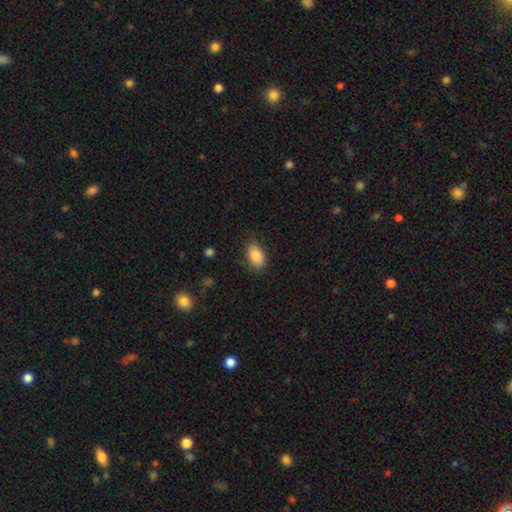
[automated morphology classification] smooth-or-featured: smooth: 85% | featured or disk: 7% | star or artifact: 7%
  how-rounded: in between: 90% | round: 9% | cigar-shaped: 1%
  merging: none: 80% | minor disturbance: 15% | major disturbance: 3% | merger: 1%